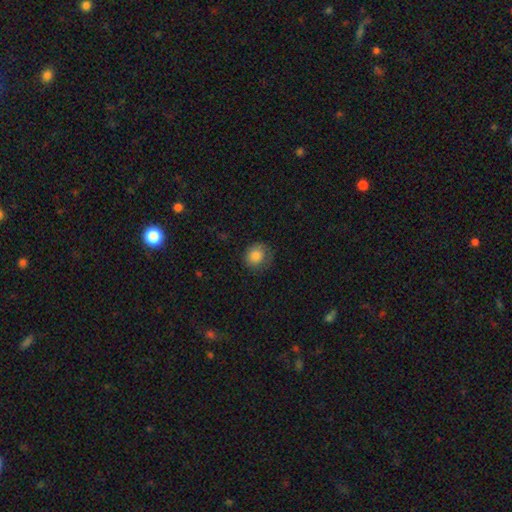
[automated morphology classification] smooth 83%, star or artifact 9%, featured or disk 8%. Down the decision tree: how rounded — round (83%); merging — none (71%).